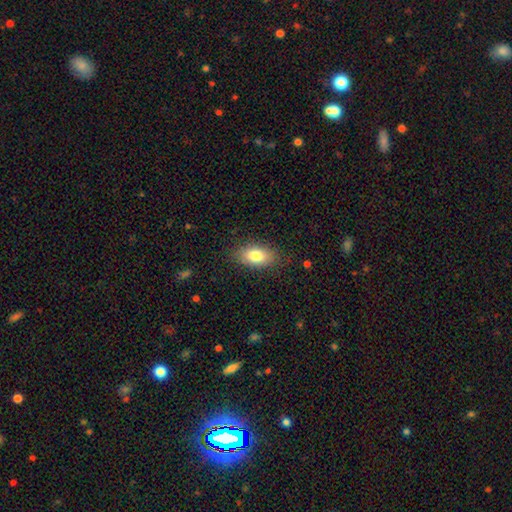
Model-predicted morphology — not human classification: Smooth or featured: smooth — 81% (featured or disk — 11%)
How rounded: in between — 90% (round — 6%)
Merging: none — 84% (minor disturbance — 12%)